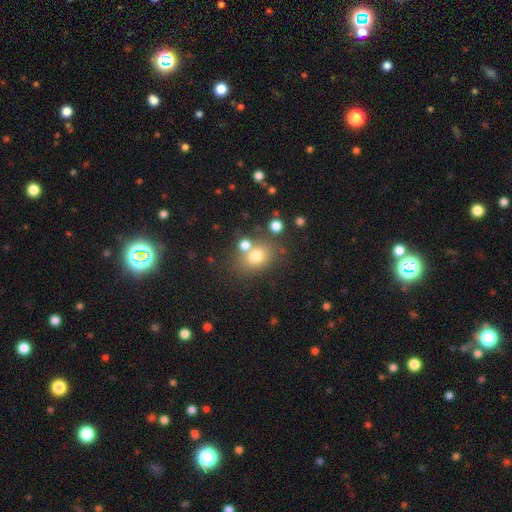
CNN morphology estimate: smooth-or-featured: smooth: 74% | star or artifact: 14% | featured or disk: 12%
  how-rounded: round: 51% | in between: 48% | cigar-shaped: 1%
  merging: none: 65% | merger: 19% | minor disturbance: 12% | major disturbance: 5%